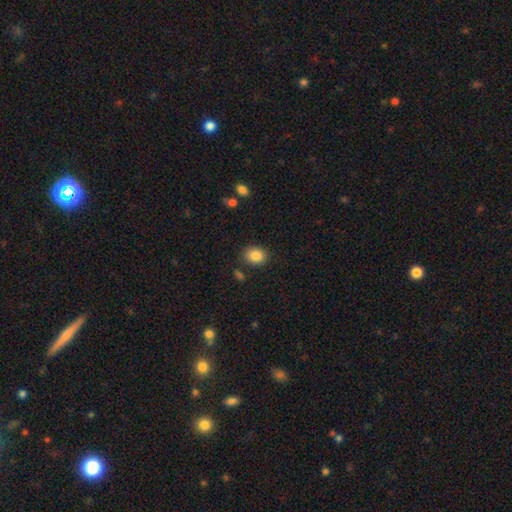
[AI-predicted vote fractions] smooth-or-featured: smooth: 86% | star or artifact: 9% | featured or disk: 5%
  how-rounded: in between: 52% | round: 47% | cigar-shaped: 1%
  merging: none: 81% | minor disturbance: 12% | merger: 4% | major disturbance: 3%